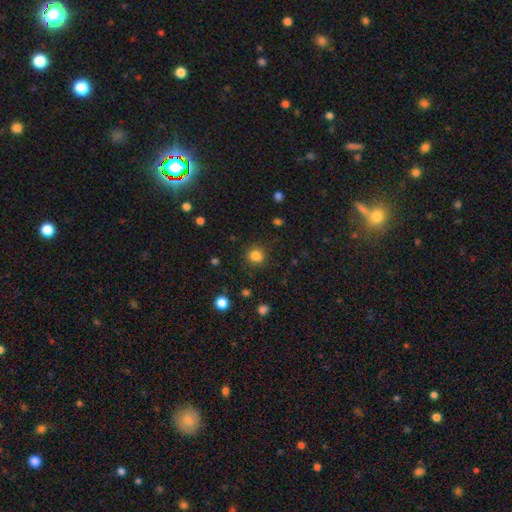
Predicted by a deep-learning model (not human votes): The model was most divided on "smooth or featured": smooth: 83%, star or artifact: 13%, featured or disk: 4%. More confident: how rounded — round (89%); merging — none (88%).